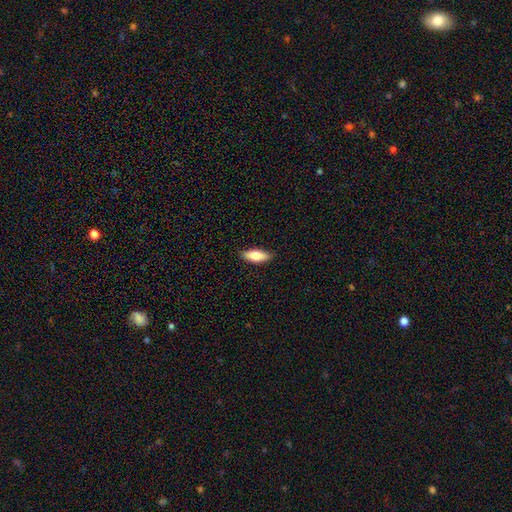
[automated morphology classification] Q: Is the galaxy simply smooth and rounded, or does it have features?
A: smooth — 71%.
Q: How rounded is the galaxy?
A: in between — 68%.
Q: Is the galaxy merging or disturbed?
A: none — 88%.